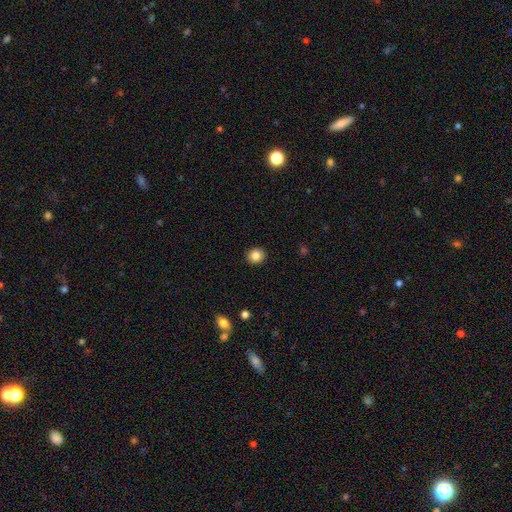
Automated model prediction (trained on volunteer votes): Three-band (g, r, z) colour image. It shows a smooth galaxy with no disk features (85%) that is round (80%). Merging: none (92%).